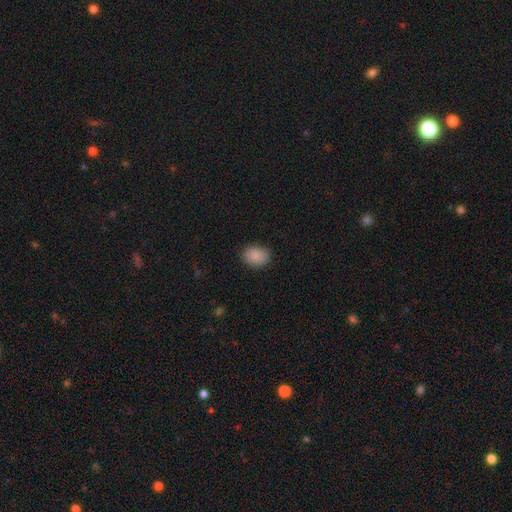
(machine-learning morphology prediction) Overall: smooth (87%). How rounded: in between (64%; round 35%). Merging: none (85%).